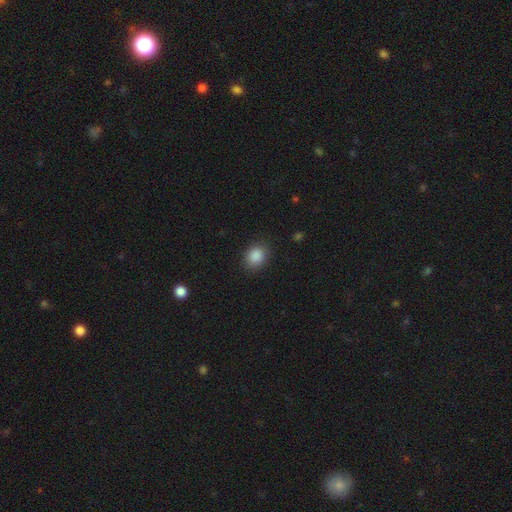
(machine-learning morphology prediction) A smooth galaxy with no disk features (87%) that is round (53%). Merging: none (86%).